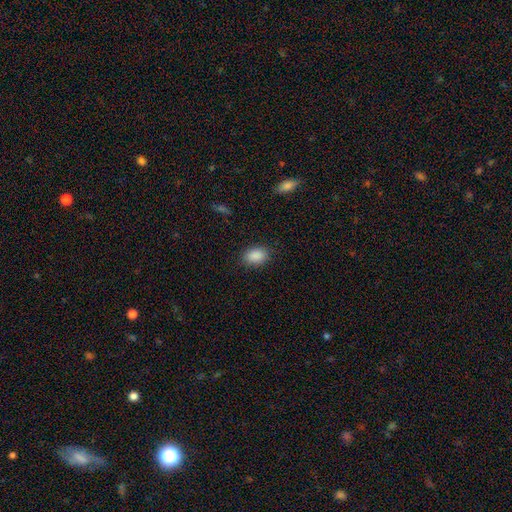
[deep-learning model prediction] smooth-or-featured: smooth: 89% | star or artifact: 8% | featured or disk: 3%
  how-rounded: in between: 83% | round: 16% | cigar-shaped: 1%
  merging: none: 86% | minor disturbance: 10% | major disturbance: 3% | merger: 1%